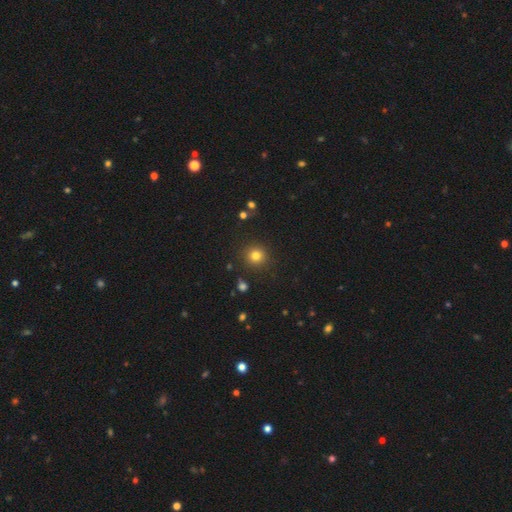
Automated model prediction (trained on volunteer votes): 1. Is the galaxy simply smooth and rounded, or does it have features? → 79% smooth, 14% star or artifact, 6% featured or disk.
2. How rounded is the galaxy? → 93% round, 6% in between, 1% cigar-shaped.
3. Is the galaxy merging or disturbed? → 89% none, 6% minor disturbance, 2% major disturbance, 2% merger.